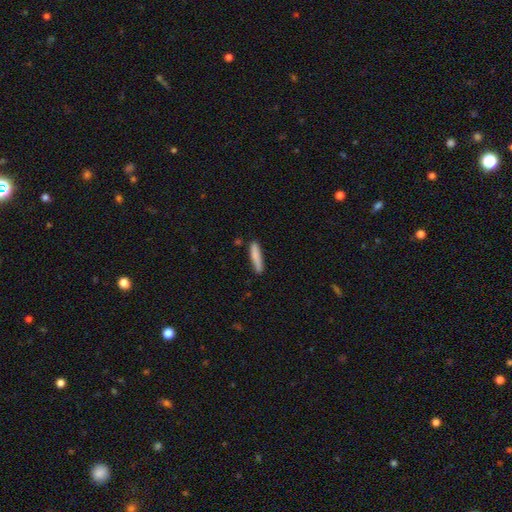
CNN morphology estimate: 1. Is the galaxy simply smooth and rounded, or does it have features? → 81% smooth, 13% featured or disk, 6% star or artifact.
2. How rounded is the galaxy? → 89% cigar-shaped, 10% in between, 1% round.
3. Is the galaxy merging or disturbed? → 82% none, 13% minor disturbance, 3% merger, 2% major disturbance.